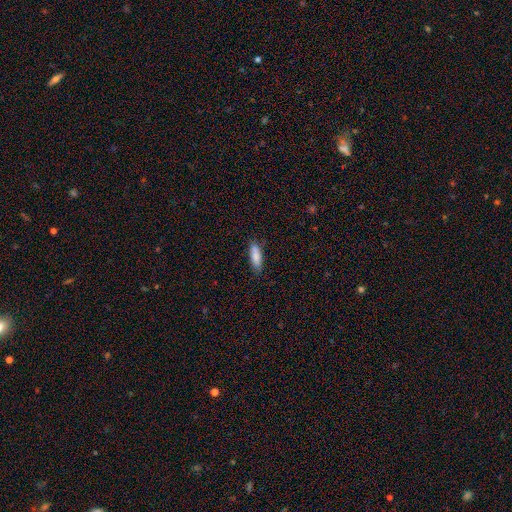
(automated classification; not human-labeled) The model was most divided on "how rounded": in between: 51%, cigar-shaped: 47%, round: 2%. More confident: smooth or featured — smooth (84%); merging — none (78%).